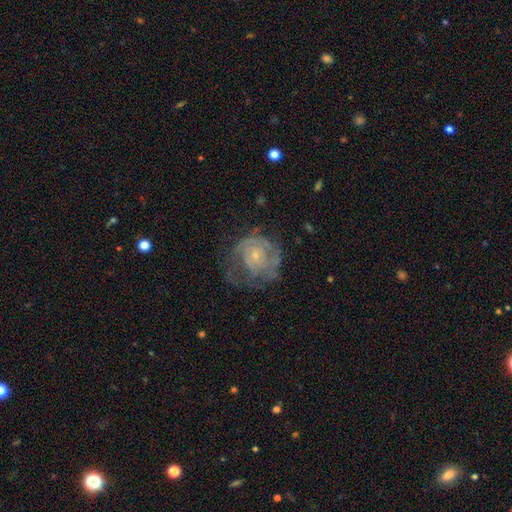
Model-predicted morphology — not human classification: smooth-or-featured: featured or disk: 68% | smooth: 24% | star or artifact: 8%
  disk-edge-on: no: 98% | yes: 2%
    bar: no: 82% | weak: 16% | strong: 3%
    has-spiral-arms: yes: 70% | no: 30%
    bulge-size: small: 74% | moderate: 19% | none: 4% | large: 2% | dominant: 1%
  merging: none: 49% | major disturbance: 27% | minor disturbance: 22% | merger: 2%